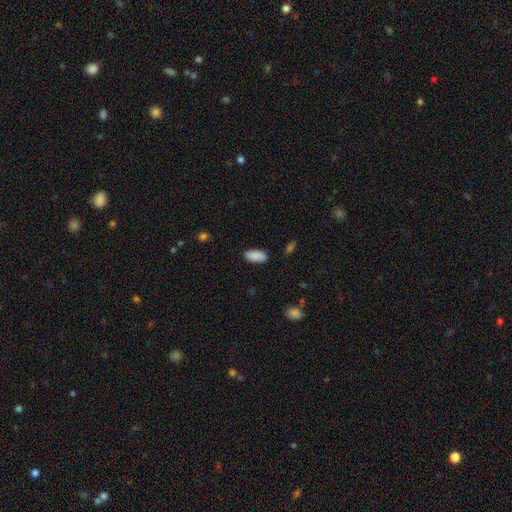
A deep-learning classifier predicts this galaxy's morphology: Q: Smooth or featured?
A: smooth (89%); runner-up: star or artifact (6%)
Q: How rounded?
A: in between (94%); runner-up: cigar-shaped (4%)
Q: Merging?
A: none (86%); runner-up: minor disturbance (10%)